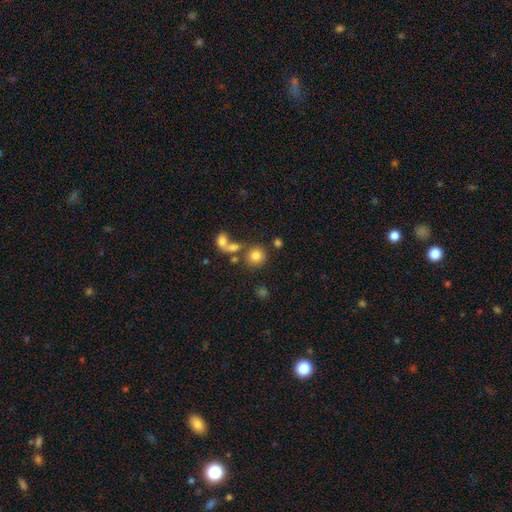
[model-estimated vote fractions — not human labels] Smooth or featured? smooth (79%)
How rounded? round (87%)
Merging? none (63%)